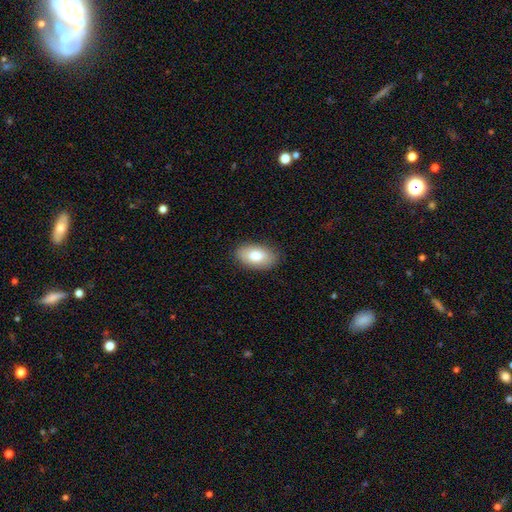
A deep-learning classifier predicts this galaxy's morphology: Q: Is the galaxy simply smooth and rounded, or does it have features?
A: smooth — 80%.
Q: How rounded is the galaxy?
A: in between — 93%.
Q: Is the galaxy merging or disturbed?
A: none — 87%.